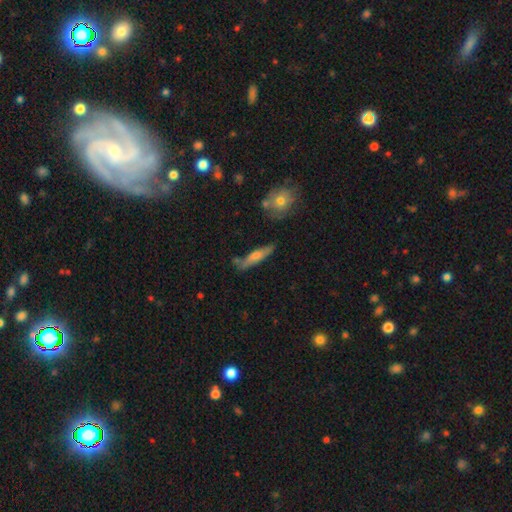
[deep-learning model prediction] Overall: smooth (52%; featured or disk 40%). How rounded: cigar-shaped (83%). Merging: none (74%).